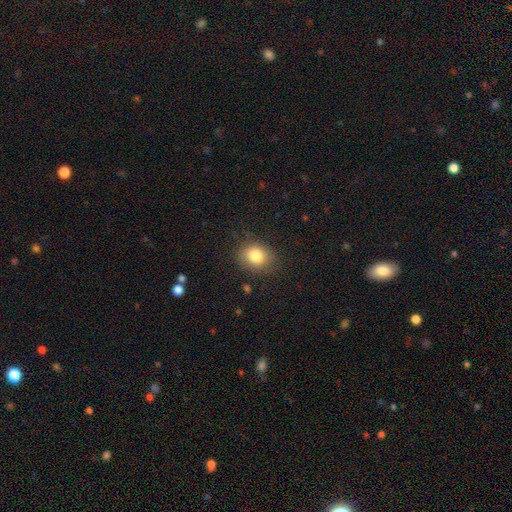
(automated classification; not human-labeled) Smooth or featured? smooth (82%)
How rounded? round (59%)
Merging? none (83%)